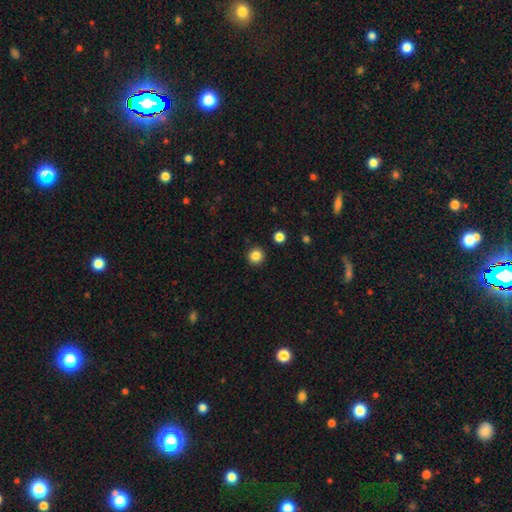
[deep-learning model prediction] Q: Smooth or featured?
A: smooth (85%); runner-up: star or artifact (11%)
Q: How rounded?
A: round (94%); runner-up: in between (5%)
Q: Merging?
A: none (92%); runner-up: minor disturbance (5%)